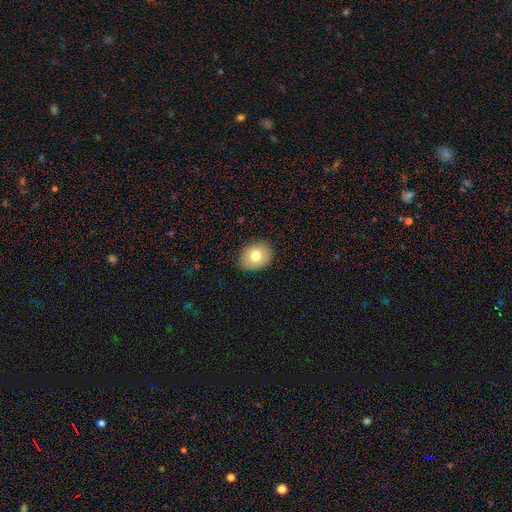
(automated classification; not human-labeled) Q: Smooth or featured?
A: smooth (77%); runner-up: featured or disk (14%)
Q: How rounded?
A: round (55%); runner-up: in between (45%)
Q: Merging?
A: none (88%); runner-up: minor disturbance (9%)